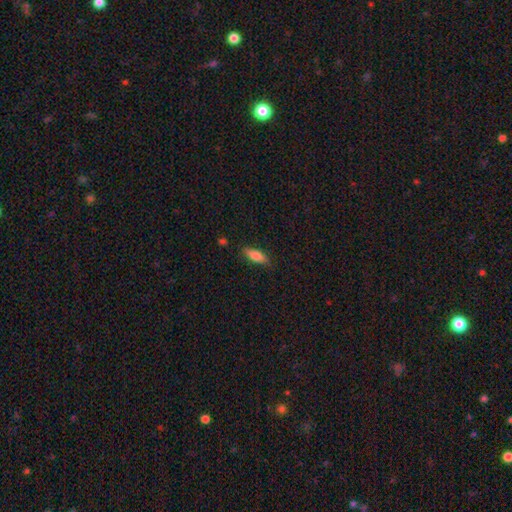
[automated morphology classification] Smooth or featured? smooth (78%)
How rounded? in between (60%)
Merging? none (82%)